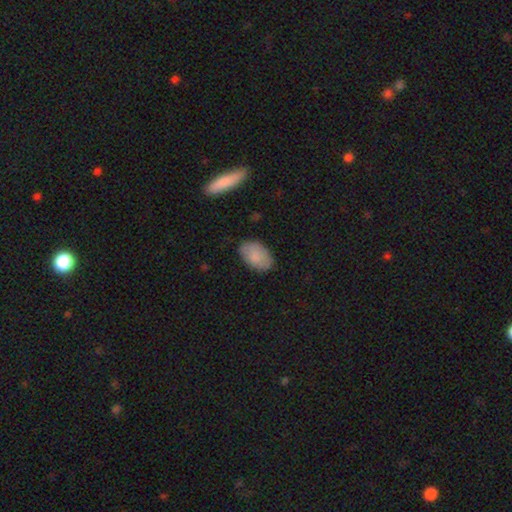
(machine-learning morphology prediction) Smooth or featured? smooth (84%)
How rounded? in between (92%)
Merging? none (81%)